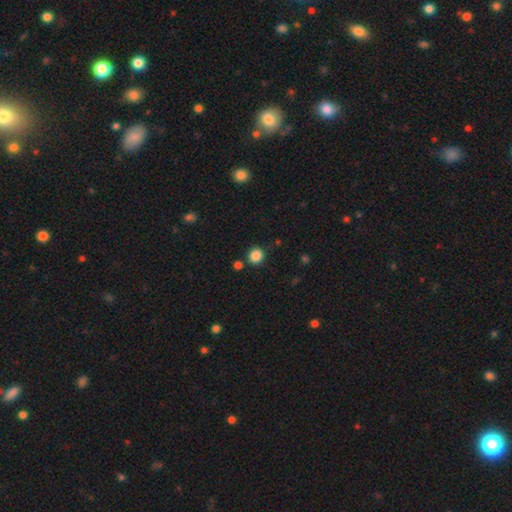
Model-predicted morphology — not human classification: The model was most divided on "how rounded": round: 86%, in between: 14%, cigar-shaped: 1%. More confident: smooth or featured — smooth (86%); merging — none (83%).